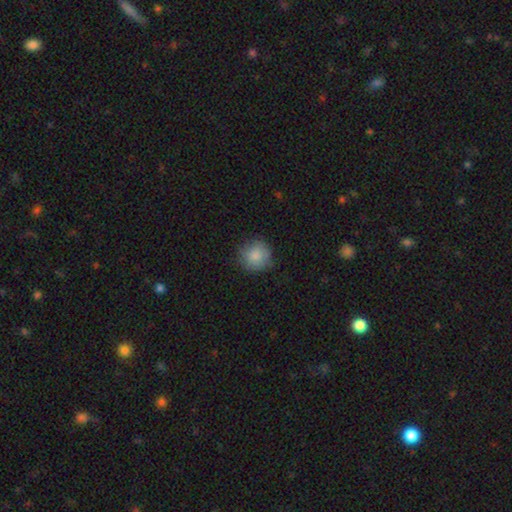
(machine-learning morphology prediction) This is clearly a smooth galaxy (84%). How rounded: clearly round (92%). Merging: likely none (79%).